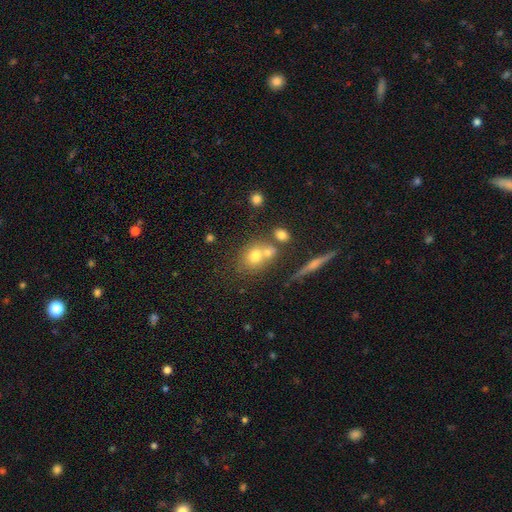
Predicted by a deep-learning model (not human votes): smooth 66%, featured or disk 19%, star or artifact 14%. Down the decision tree: how rounded — round (67%); merging — none (48%).